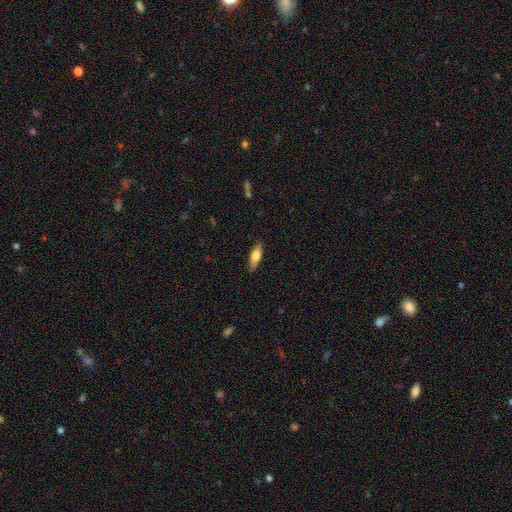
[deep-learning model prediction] This appears to be a smooth galaxy with no disk features (73%) that is in between round and cigar-shaped (60%). Merging: none (84%).